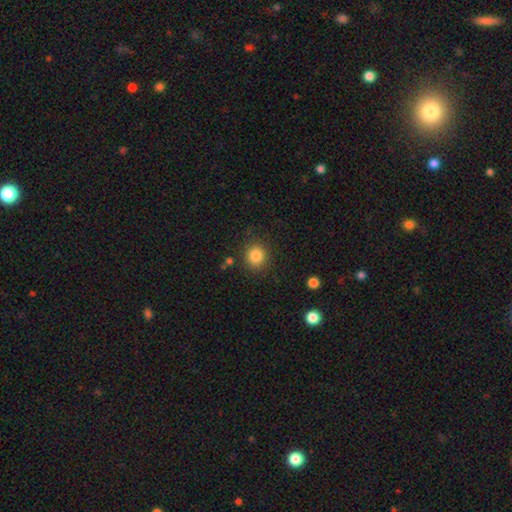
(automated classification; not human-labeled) smooth_or_featured: smooth (p=0.84) [alt: star or artifact p=0.11]
how_rounded: round (p=0.85) [alt: in between p=0.14]
merging: none (p=0.87) [alt: minor disturbance p=0.08]